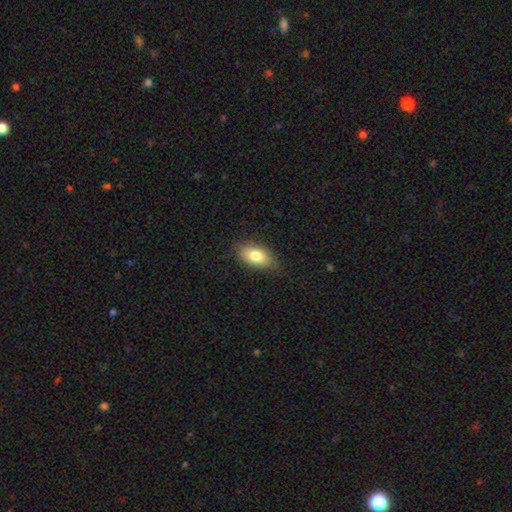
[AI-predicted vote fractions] Smooth or featured? Predicted: smooth (p=0.78). How rounded? Predicted: in between (p=0.88). Merging? Predicted: none (p=0.79).